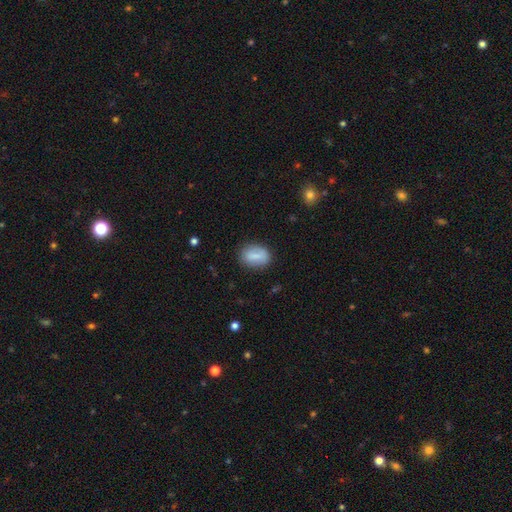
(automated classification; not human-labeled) Smooth or featured?
  - smooth: 78% *
  - featured or disk: 15%
  - star or artifact: 8%
How rounded?
  - in between: 79% *
  - round: 19%
  - cigar-shaped: 2%
Merging?
  - none: 80% *
  - minor disturbance: 15%
  - major disturbance: 4%
  - merger: 2%